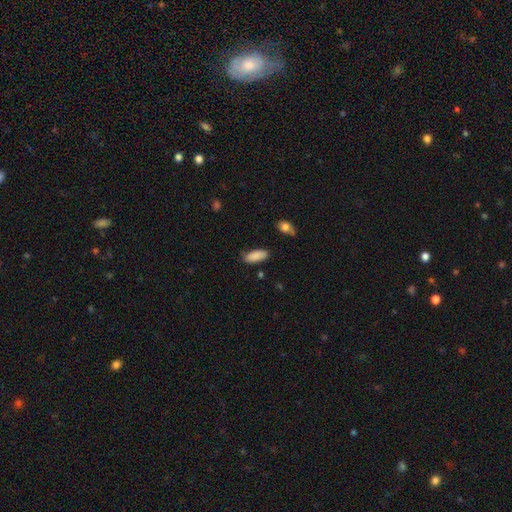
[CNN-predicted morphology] smooth_or_featured: smooth (p=0.88) [alt: star or artifact p=0.07]
how_rounded: in between (p=0.81) [alt: cigar-shaped p=0.18]
merging: none (p=0.79) [alt: minor disturbance p=0.16]